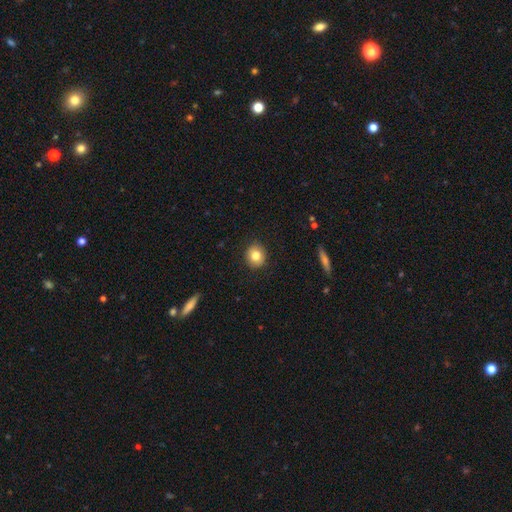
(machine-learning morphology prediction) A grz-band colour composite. It shows a smooth galaxy with no disk features (82%) that is round (81%). Merging: none (90%).